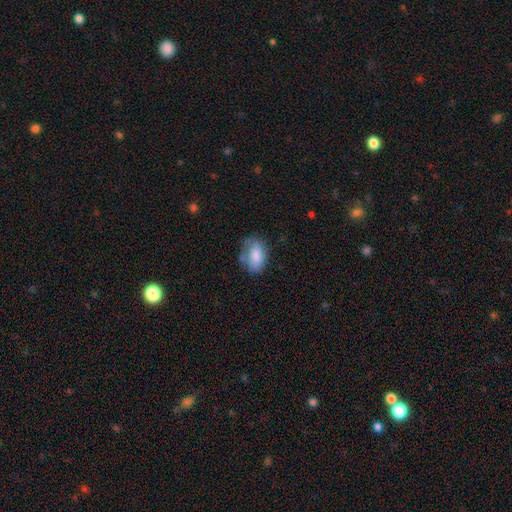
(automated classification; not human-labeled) Smooth or featured? Predicted: smooth (p=0.79). How rounded? Predicted: in between (p=0.88). Merging? Predicted: none (p=0.54).